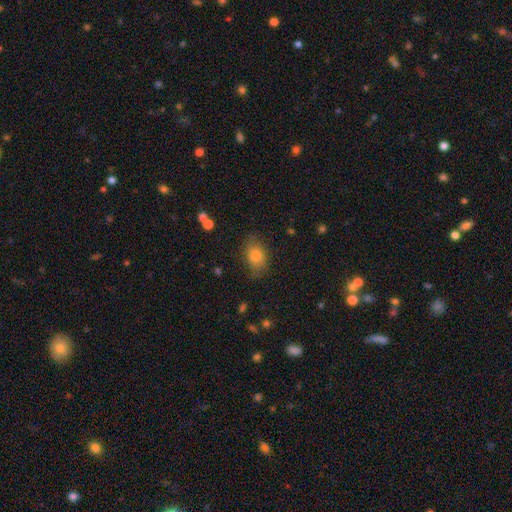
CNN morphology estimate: This is clearly a smooth galaxy (83%). How rounded: likely in between (79%). Merging: likely none (70%).